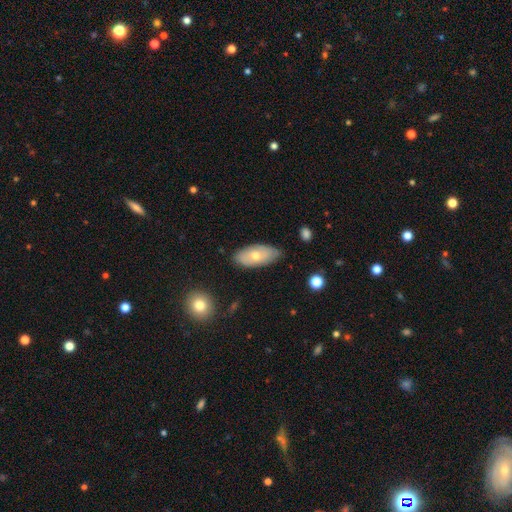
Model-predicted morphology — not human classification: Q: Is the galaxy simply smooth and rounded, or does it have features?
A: smooth — 62%.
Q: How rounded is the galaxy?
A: in between — 90%.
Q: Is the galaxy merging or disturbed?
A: none — 72%.